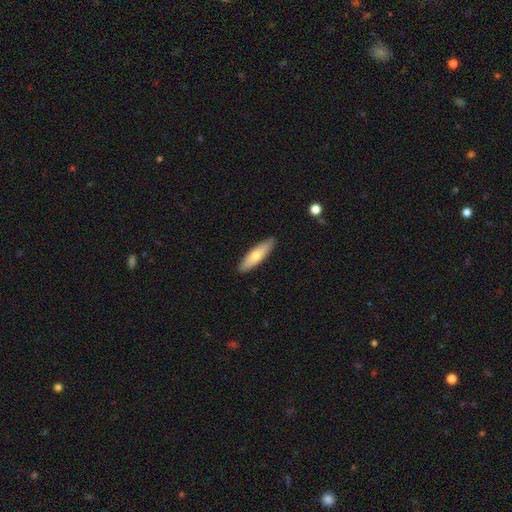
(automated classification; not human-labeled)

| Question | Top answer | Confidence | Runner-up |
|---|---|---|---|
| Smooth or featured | smooth | 65% | featured or disk (29%) |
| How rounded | cigar-shaped | 62% | in between (36%) |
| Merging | none | 89% | minor disturbance (8%) |